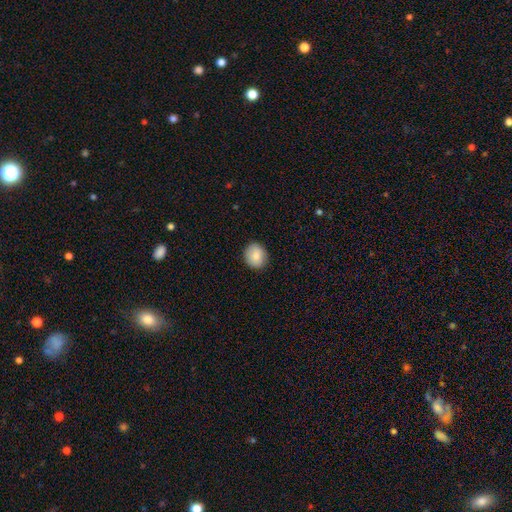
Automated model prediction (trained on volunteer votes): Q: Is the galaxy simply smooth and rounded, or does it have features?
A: smooth — 83%.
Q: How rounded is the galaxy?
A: round — 80%.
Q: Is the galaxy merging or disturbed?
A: none — 89%.